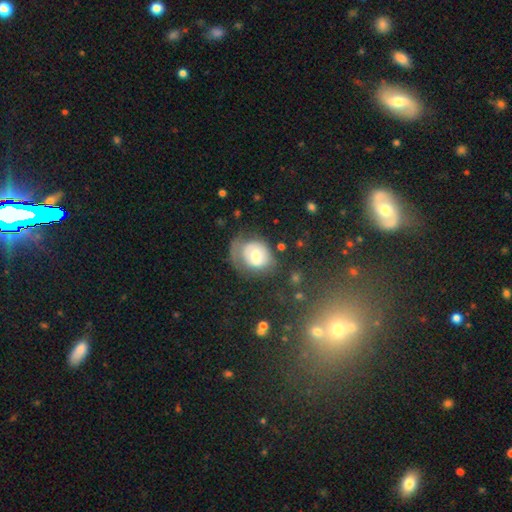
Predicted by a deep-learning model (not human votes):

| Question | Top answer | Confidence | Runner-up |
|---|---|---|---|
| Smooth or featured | featured or disk | 46% | smooth (45%) |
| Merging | none | 41% | minor disturbance (28%) |